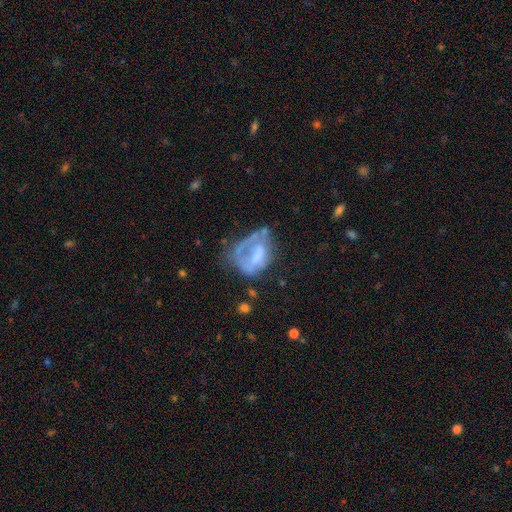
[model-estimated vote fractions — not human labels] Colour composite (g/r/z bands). It shows a featured or disk galaxy (51%). Merging: major disturbance (41%).